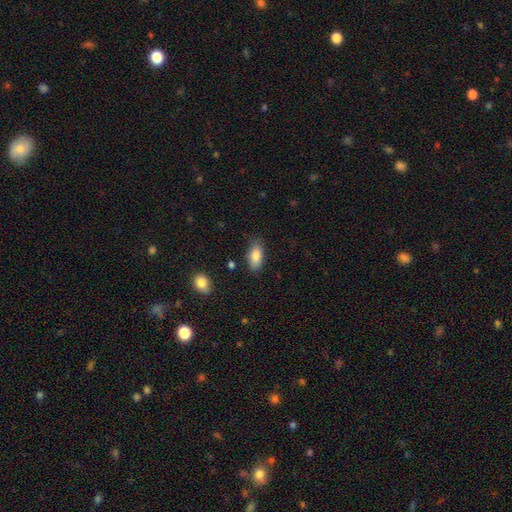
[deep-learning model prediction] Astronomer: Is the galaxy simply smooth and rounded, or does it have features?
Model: smooth — 83%.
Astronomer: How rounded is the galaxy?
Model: in between — 88%.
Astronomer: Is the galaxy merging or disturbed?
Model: none — 79%.